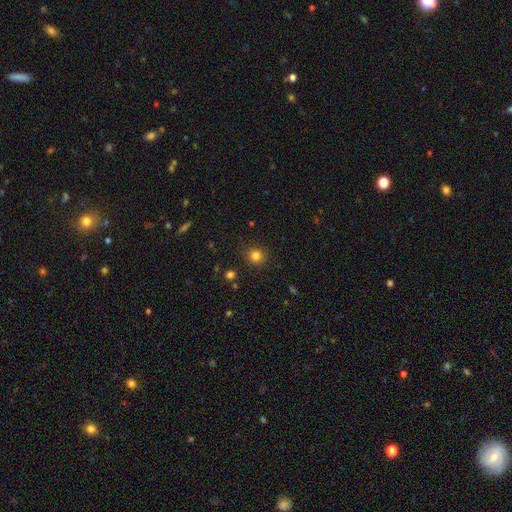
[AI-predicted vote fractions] Smooth or featured: smooth — 82% (star or artifact — 14%)
How rounded: round — 93% (in between — 6%)
Merging: none — 89% (minor disturbance — 7%)